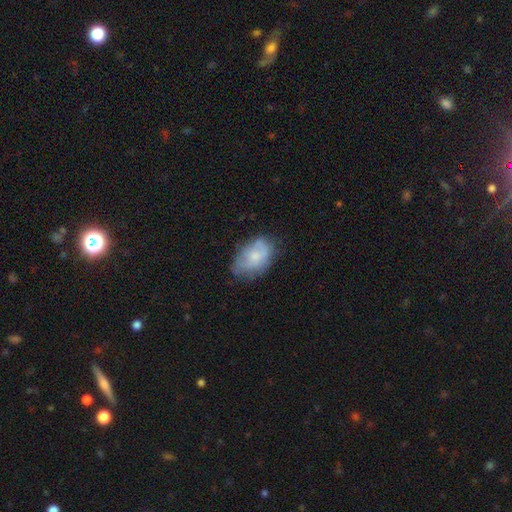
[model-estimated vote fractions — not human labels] The model was most divided on "merging": none: 51%, minor disturbance: 33%, major disturbance: 13%, merger: 3%. More confident: how rounded — in between (88%); smooth or featured — smooth (59%).